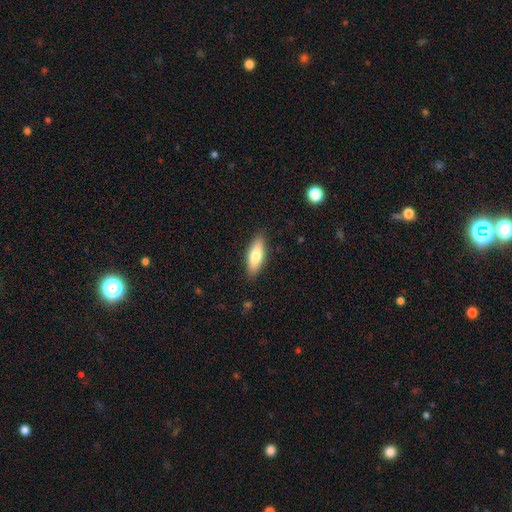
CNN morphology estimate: Smooth or featured?
  - smooth: 73% *
  - featured or disk: 21%
  - star or artifact: 6%
How rounded?
  - in between: 67% *
  - cigar-shaped: 31%
  - round: 2%
Merging?
  - none: 87% *
  - minor disturbance: 10%
  - major disturbance: 2%
  - merger: 1%